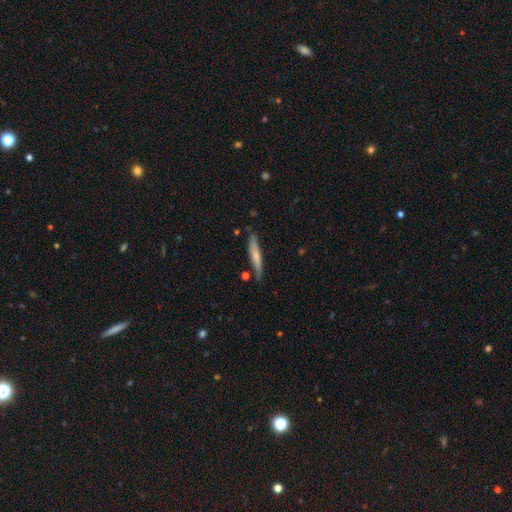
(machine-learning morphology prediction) Overall: smooth (61%; featured or disk 34%). How rounded: cigar-shaped (92%). Merging: none (75%).